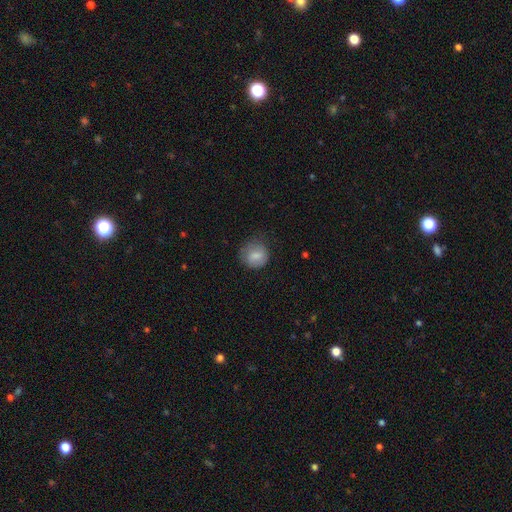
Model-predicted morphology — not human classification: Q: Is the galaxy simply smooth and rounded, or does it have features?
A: smooth — 75%.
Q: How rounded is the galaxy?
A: round — 80%.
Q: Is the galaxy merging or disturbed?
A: none — 68%.